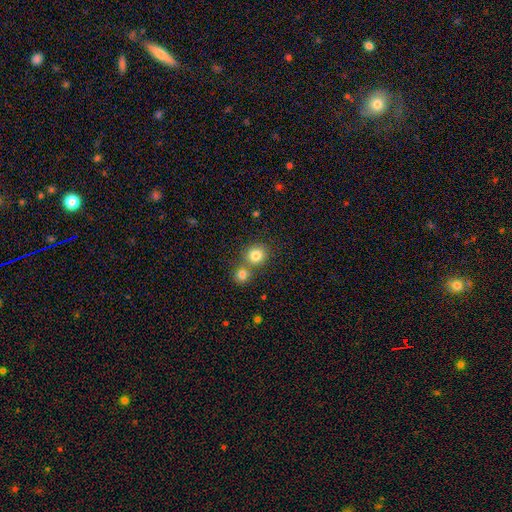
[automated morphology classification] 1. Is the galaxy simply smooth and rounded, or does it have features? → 82% smooth, 11% star or artifact, 7% featured or disk.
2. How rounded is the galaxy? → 87% round, 12% in between, 1% cigar-shaped.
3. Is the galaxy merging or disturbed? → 61% none, 29% merger, 7% minor disturbance, 3% major disturbance.